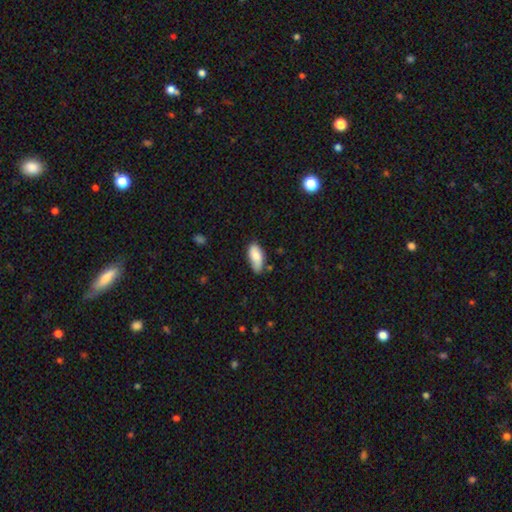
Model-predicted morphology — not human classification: smooth_or_featured: smooth (p=0.78) [alt: featured or disk p=0.16]
how_rounded: in between (p=0.90) [alt: cigar-shaped p=0.07]
merging: none (p=0.66) [alt: minor disturbance p=0.27]